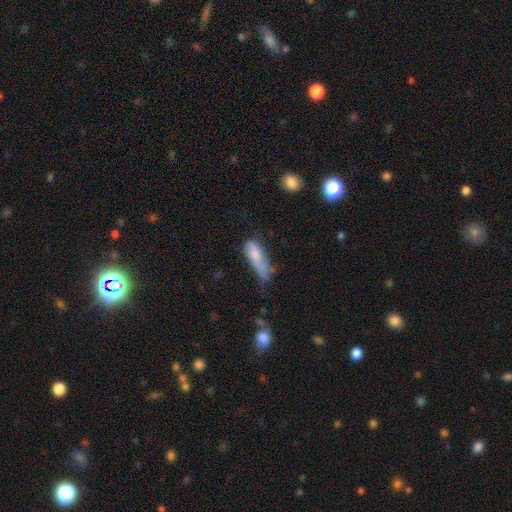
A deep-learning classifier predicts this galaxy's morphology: Q: Smooth or featured?
A: smooth (74%); runner-up: featured or disk (18%)
Q: How rounded?
A: in between (58%); runner-up: cigar-shaped (40%)
Q: Merging?
A: minor disturbance (38%); runner-up: major disturbance (29%)